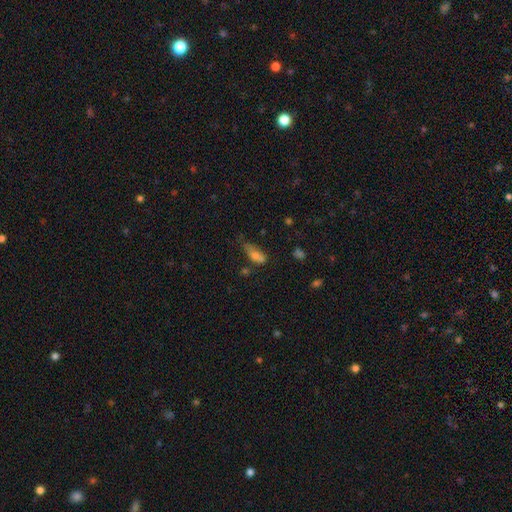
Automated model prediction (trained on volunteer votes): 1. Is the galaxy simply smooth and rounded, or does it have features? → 69% smooth, 19% featured or disk, 12% star or artifact.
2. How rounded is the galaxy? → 70% in between, 23% cigar-shaped, 7% round.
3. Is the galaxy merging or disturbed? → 30% minor disturbance, 29% none, 21% major disturbance, 20% merger.